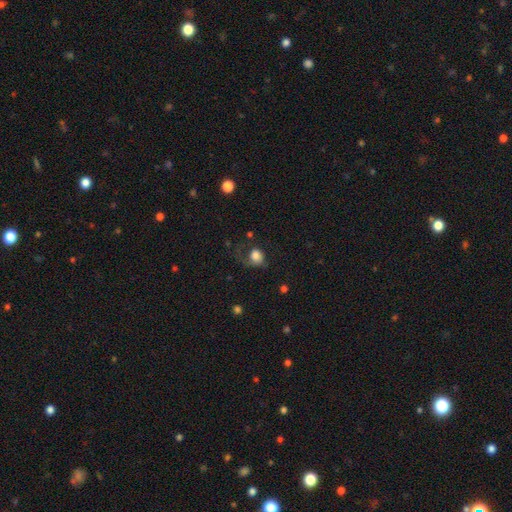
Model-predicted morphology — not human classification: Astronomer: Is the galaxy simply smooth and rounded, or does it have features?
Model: smooth — 74%.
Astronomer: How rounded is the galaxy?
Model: round — 63%.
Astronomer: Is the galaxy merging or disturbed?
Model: major disturbance — 42% (runner-up: none, 33%).